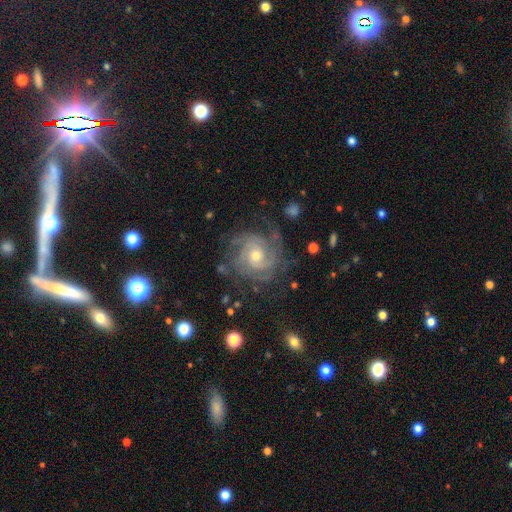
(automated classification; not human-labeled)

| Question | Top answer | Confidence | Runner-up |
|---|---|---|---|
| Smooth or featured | featured or disk | 89% | star or artifact (5%) |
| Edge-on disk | no | 98% | yes (2%) |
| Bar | no | 69% | weak (26%) |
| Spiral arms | yes | 98% | no (2%) |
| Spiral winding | tight | 68% | medium (27%) |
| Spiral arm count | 3 | 30% | 2 (22%) |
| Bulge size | moderate | 49% | small (47%) |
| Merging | none | 73% | minor disturbance (17%) |